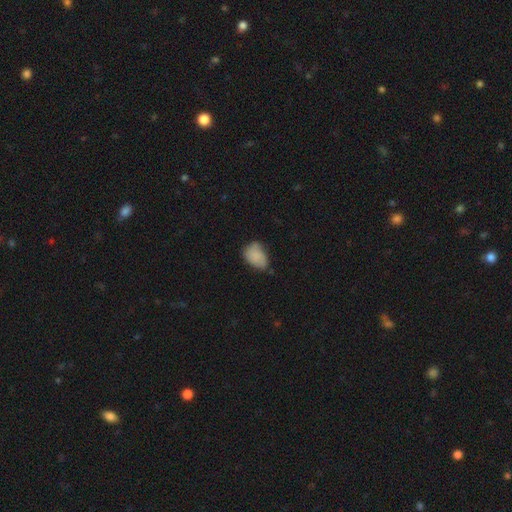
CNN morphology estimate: Smooth or featured? smooth (80%)
How rounded? in between (83%)
Merging? none (48%)